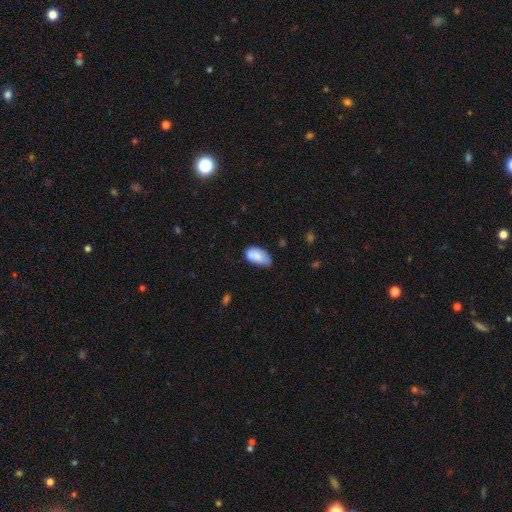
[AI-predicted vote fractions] This is likely a smooth galaxy (77%). How rounded: clearly in between (93%). Merging: marginally none (41%).